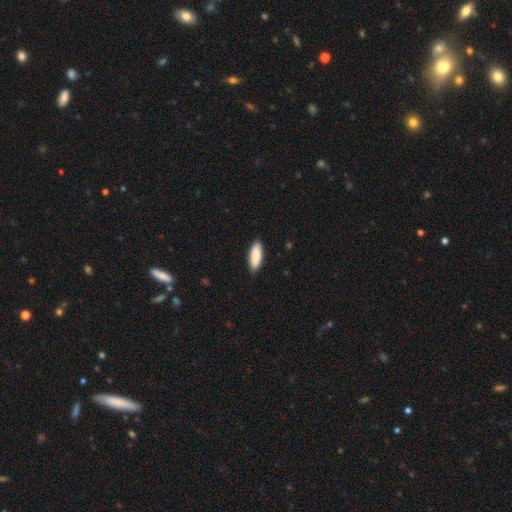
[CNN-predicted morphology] Smooth or featured?
  - smooth: 89% *
  - featured or disk: 6%
  - star or artifact: 5%
How rounded?
  - in between: 67% *
  - cigar-shaped: 31%
  - round: 2%
Merging?
  - none: 89% *
  - minor disturbance: 8%
  - major disturbance: 2%
  - merger: 1%